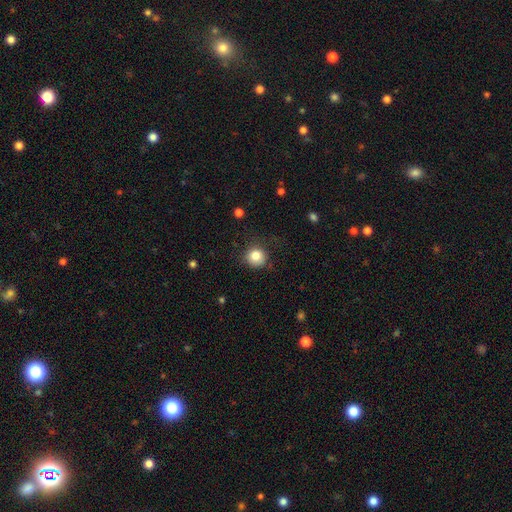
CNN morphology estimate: This is clearly a smooth galaxy (82%). How rounded: clearly round (90%). Merging: likely none (77%).